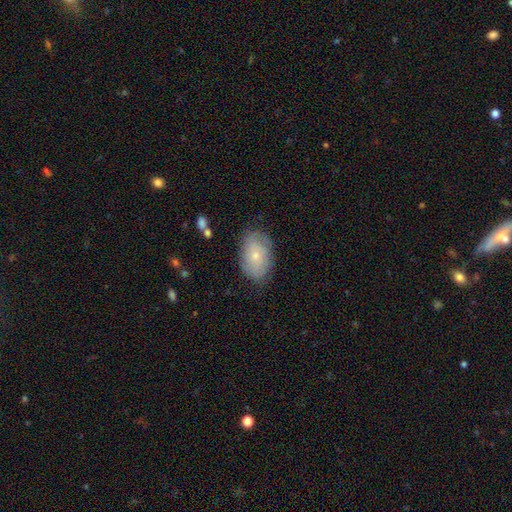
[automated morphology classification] A smooth galaxy with no disk features (59%) that is in between round and cigar-shaped (88%).

Vote fractions:
- Smooth or featured? smooth: 59% / featured or disk: 34% / star or artifact: 7%
- How rounded? in between: 88% / round: 11% / cigar-shaped: 1%
- Merging? none: 75% / minor disturbance: 19% / major disturbance: 5% / merger: 1%